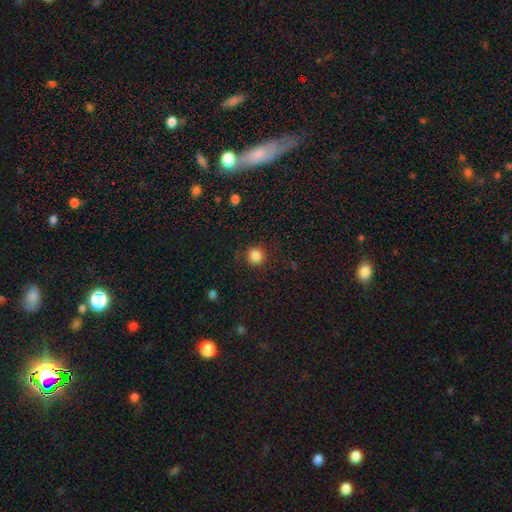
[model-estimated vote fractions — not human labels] Morphology: type=smooth (84%); roundness=round (93%); merging=none (87%).